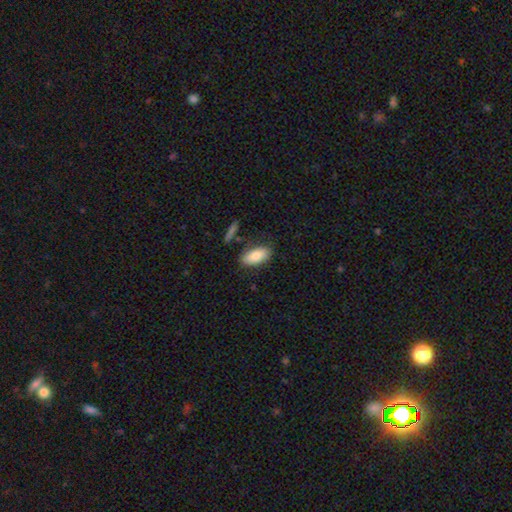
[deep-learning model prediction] smooth 82%, featured or disk 12%, star or artifact 6%. Down the decision tree: how rounded — in between (90%); merging — none (80%).